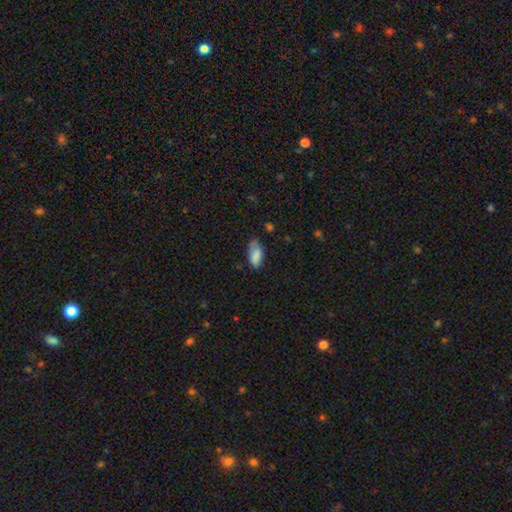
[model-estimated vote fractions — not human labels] Smooth or featured: smooth — 83% (featured or disk — 9%)
How rounded: in between — 88% (cigar-shaped — 9%)
Merging: none — 57% (minor disturbance — 33%)